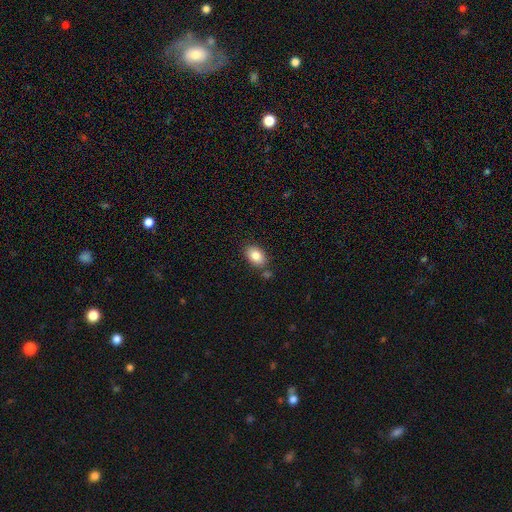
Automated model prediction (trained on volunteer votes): Smooth or featured? Predicted: smooth (p=0.84). How rounded? Predicted: in between (p=0.87). Merging? Predicted: none (p=0.78).